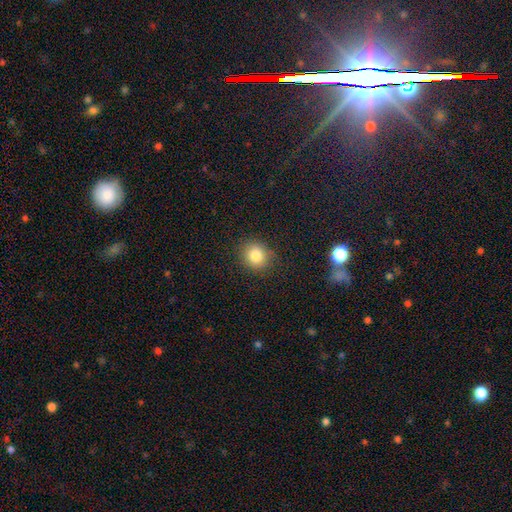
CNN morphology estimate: Q: Smooth or featured?
A: smooth (82%); runner-up: star or artifact (11%)
Q: How rounded?
A: round (82%); runner-up: in between (17%)
Q: Merging?
A: none (87%); runner-up: minor disturbance (9%)